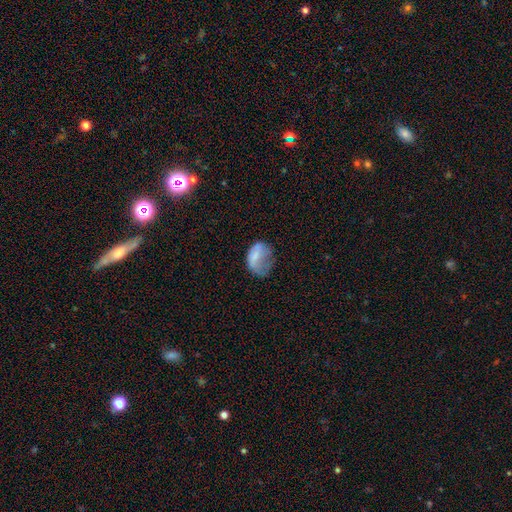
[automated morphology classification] Overall: smooth (63%; featured or disk 27%). How rounded: in between (73%). Merging: major disturbance (41%; minor disturbance 30%).